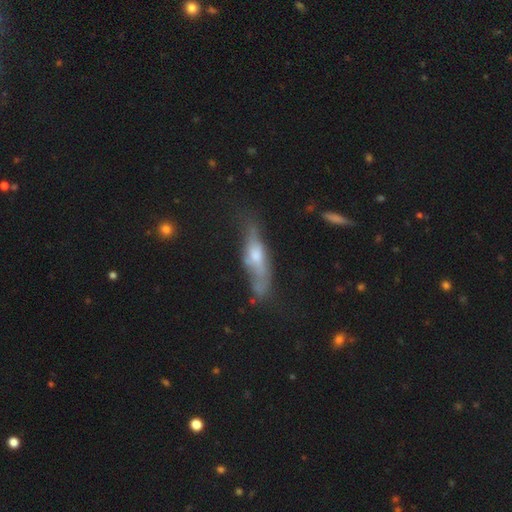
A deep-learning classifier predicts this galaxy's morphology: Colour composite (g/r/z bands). It shows a featured or disk galaxy (54%) viewed edge-on (66%). Merging: none (47%).